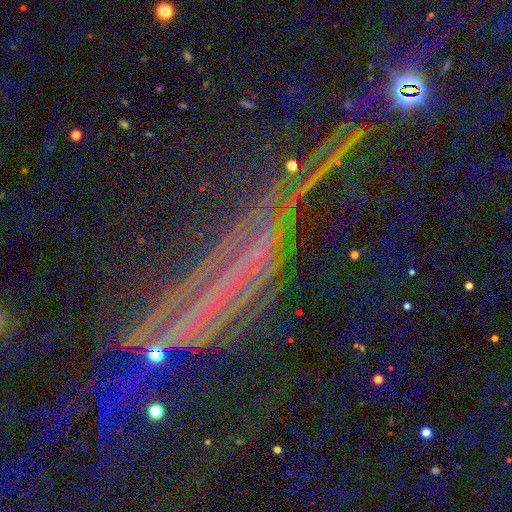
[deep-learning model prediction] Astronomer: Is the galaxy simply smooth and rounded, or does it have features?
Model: star or artifact — 73%.